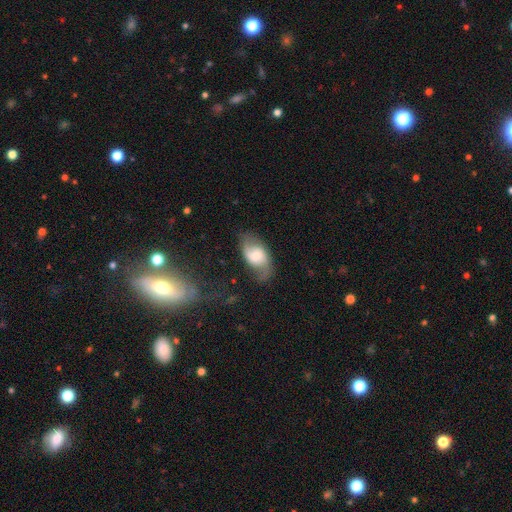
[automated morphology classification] smooth-or-featured: featured or disk: 60% | smooth: 33% | star or artifact: 8%
  disk-edge-on: no: 94% | yes: 6%
    bar: weak: 45% | no: 44% | strong: 11%
    has-spiral-arms: yes: 89% | no: 11%
      spiral-winding: loose: 50% | medium: 38% | tight: 12%
      spiral-arm-count: 2: 83% | can't tell: 8% | 1: 6% | 3: 1% | 4: 1% | more than 4: 1%
    bulge-size: moderate: 44% | small: 32% | large: 15% | none: 6% | dominant: 3%
  merging: none: 66% | minor disturbance: 22% | major disturbance: 10% | merger: 2%